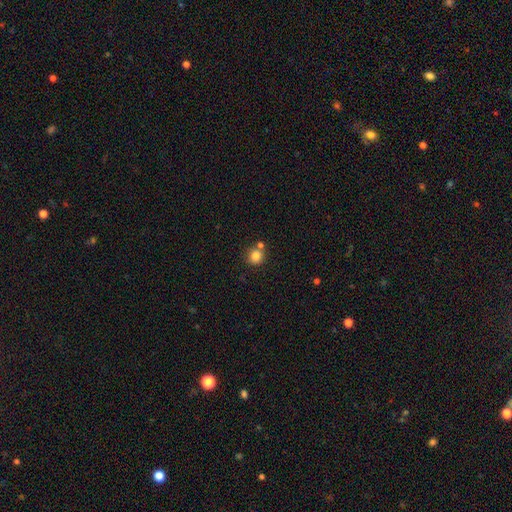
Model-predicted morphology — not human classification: Smooth or featured? Predicted: smooth (p=0.83). How rounded? Predicted: round (p=0.90). Merging? Predicted: none (p=0.66).